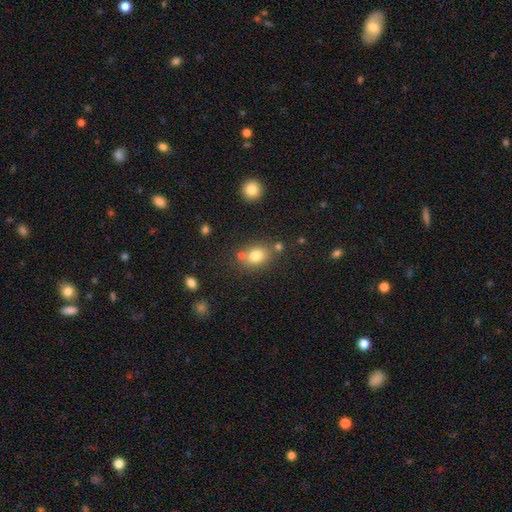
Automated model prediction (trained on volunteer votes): Smooth or featured? Predicted: smooth (p=0.79). How rounded? Predicted: in between (p=0.59). Merging? Predicted: none (p=0.67).